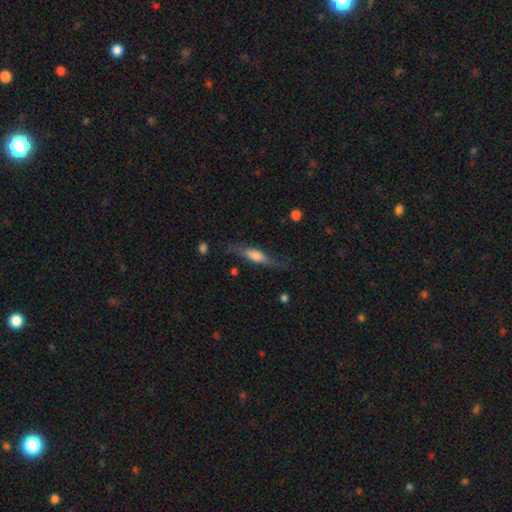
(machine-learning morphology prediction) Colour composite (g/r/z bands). It shows a smooth galaxy with no disk features (49%). Merging: none (68%).